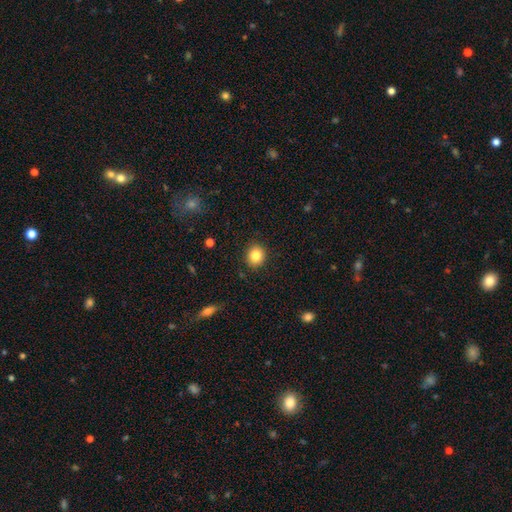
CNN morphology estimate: Smooth or featured: smooth — 83% (star or artifact — 10%)
How rounded: round — 78% (in between — 21%)
Merging: none — 90% (minor disturbance — 7%)